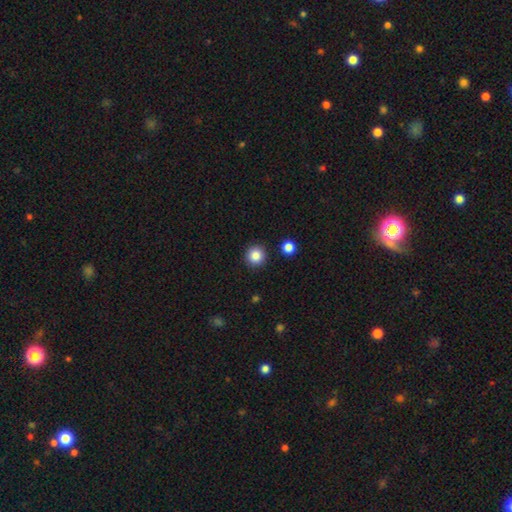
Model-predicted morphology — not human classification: Smooth or featured? Predicted: smooth (p=0.85). How rounded? Predicted: round (p=0.95). Merging? Predicted: none (p=0.91).